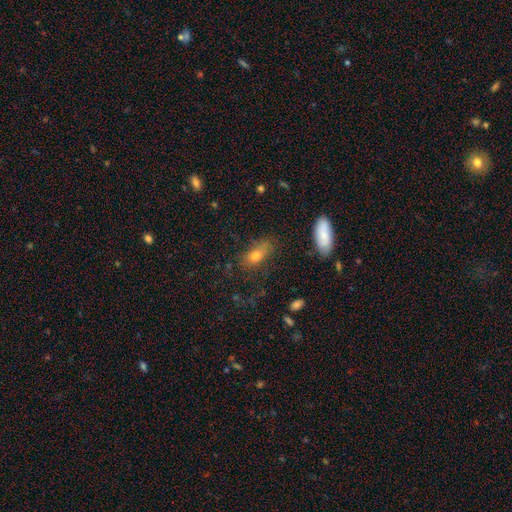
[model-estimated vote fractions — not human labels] Smooth or featured? smooth (73%)
How rounded? in between (75%)
Merging? none (60%)